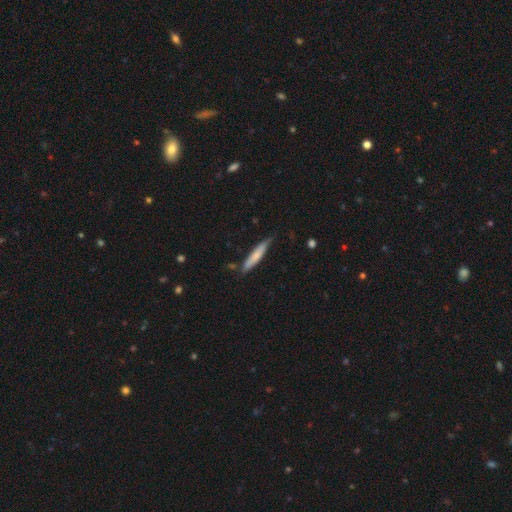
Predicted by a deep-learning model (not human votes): Smooth or featured?
  - smooth: 68% *
  - featured or disk: 26%
  - star or artifact: 5%
How rounded?
  - cigar-shaped: 90% *
  - in between: 9%
  - round: 1%
Merging?
  - none: 73% *
  - minor disturbance: 21%
  - major disturbance: 3%
  - merger: 3%